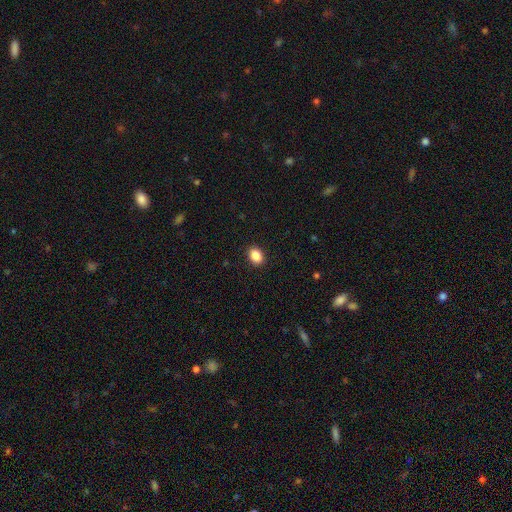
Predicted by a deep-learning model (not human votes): This appears to be a smooth galaxy with no disk features (88%) that is in between round and cigar-shaped (65%). Merging: none (91%).